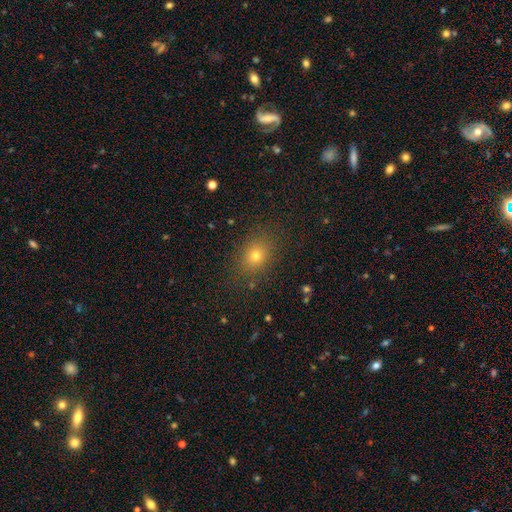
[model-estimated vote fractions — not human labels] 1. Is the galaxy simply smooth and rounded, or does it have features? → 73% smooth, 17% star or artifact, 10% featured or disk.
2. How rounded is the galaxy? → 50% in between, 49% round, 1% cigar-shaped.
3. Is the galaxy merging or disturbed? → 85% none, 10% minor disturbance, 4% major disturbance, 1% merger.